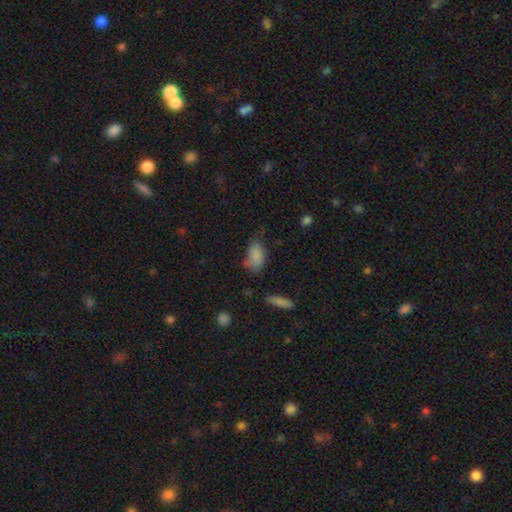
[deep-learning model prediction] A smooth galaxy with no disk features (82%) that is in between round and cigar-shaped (91%).

Vote fractions:
- Smooth or featured? smooth: 82% / star or artifact: 9% / featured or disk: 9%
- How rounded? in between: 91% / round: 6% / cigar-shaped: 3%
- Merging? none: 50% / minor disturbance: 34% / major disturbance: 12% / merger: 4%